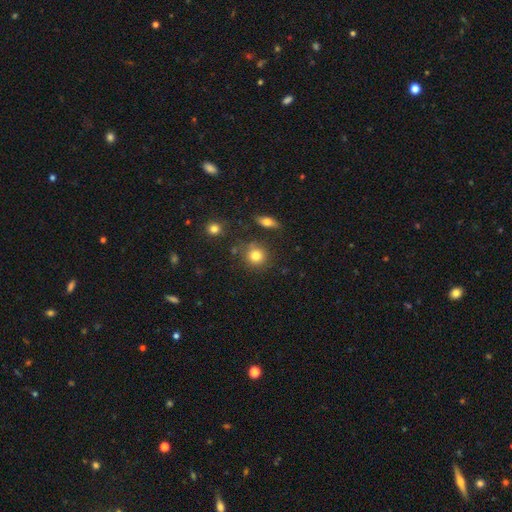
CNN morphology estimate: Smooth or featured? Predicted: smooth (p=0.80). How rounded? Predicted: round (p=0.87). Merging? Predicted: none (p=0.77).